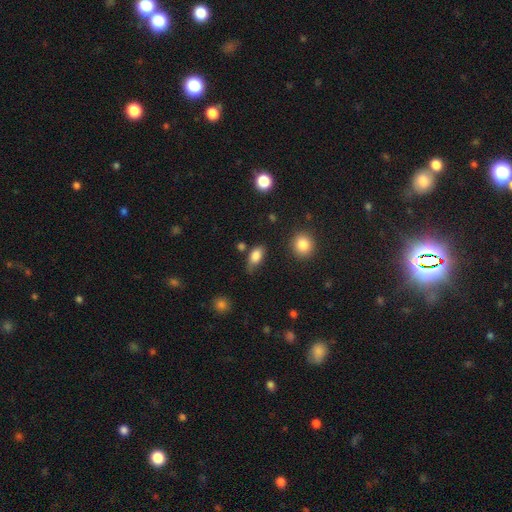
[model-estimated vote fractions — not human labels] This appears to be a smooth galaxy with no disk features (84%) that is in between round and cigar-shaped (87%). Merging: none (60%).